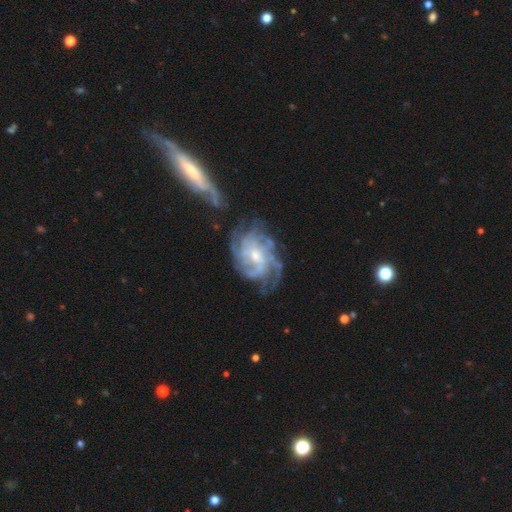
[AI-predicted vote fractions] Smooth or featured? Predicted: featured or disk (p=0.87). Edge-on disk? Predicted: no (p=0.97). Bar? Predicted: no (p=0.56). Spiral arms? Predicted: yes (p=0.95). Spiral winding? Predicted: tight (p=0.55). Spiral arm count? Predicted: can't tell (p=0.32). Bulge size? Predicted: moderate (p=0.47). Merging? Predicted: none (p=0.60).